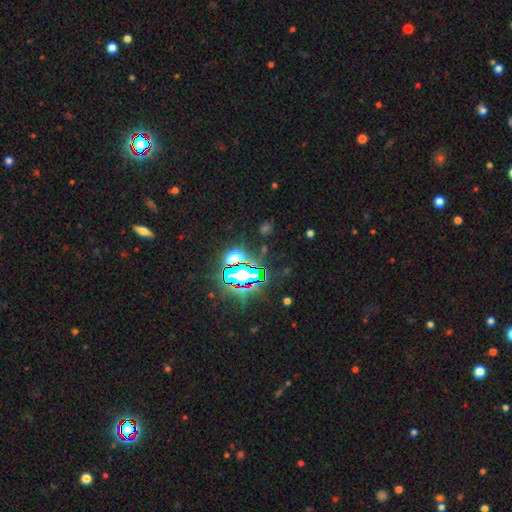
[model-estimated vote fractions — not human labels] star or artifact 83%, smooth 10%, featured or disk 7%.